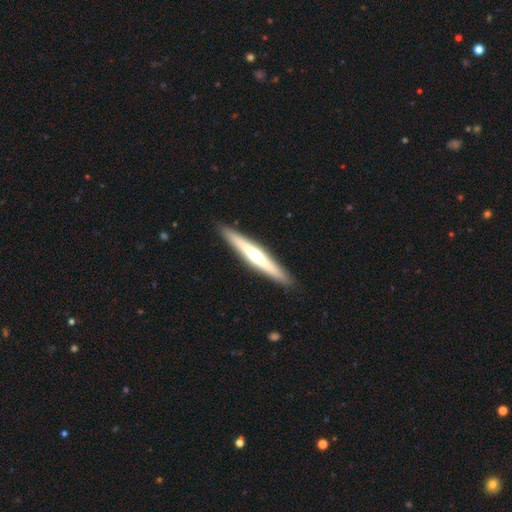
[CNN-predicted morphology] This is possibly a featured or disk galaxy (57%). It is clearly viewed edge-on (96%). Edge-on bulge: likely rounded (79%). Merging: clearly none (91%).